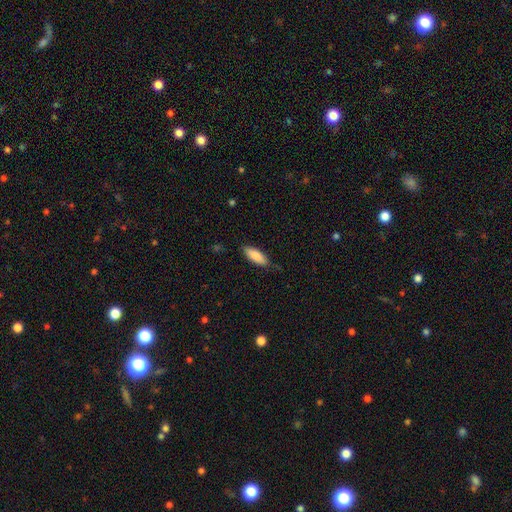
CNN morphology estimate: Smooth or featured?
  - smooth: 84% *
  - featured or disk: 10%
  - star or artifact: 6%
How rounded?
  - in between: 68% *
  - cigar-shaped: 30%
  - round: 2%
Merging?
  - none: 78% *
  - minor disturbance: 17%
  - major disturbance: 3%
  - merger: 1%